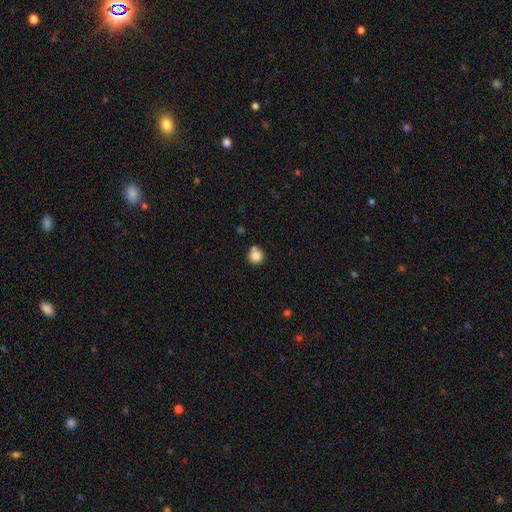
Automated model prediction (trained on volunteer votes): Smooth or featured? Predicted: smooth (p=0.82). How rounded? Predicted: round (p=0.92). Merging? Predicted: none (p=0.70).